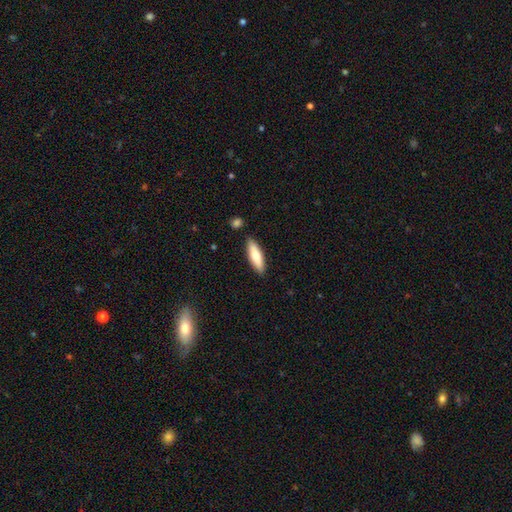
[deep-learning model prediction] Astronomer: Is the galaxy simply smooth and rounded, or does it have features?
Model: smooth — 71%.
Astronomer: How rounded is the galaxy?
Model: cigar-shaped — 55% (runner-up: in between, 43%).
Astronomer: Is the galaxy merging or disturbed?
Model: none — 87%.